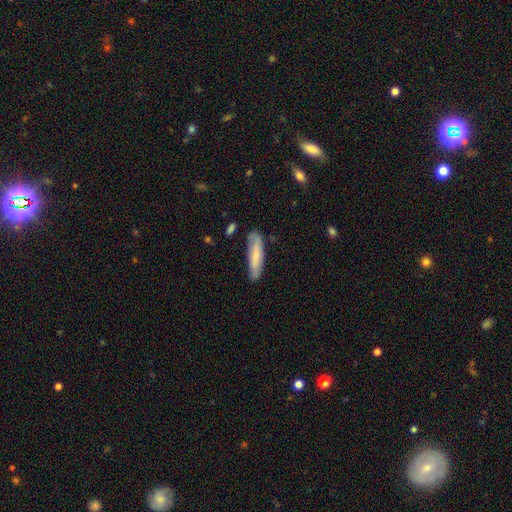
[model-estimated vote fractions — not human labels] smooth_or_featured: smooth (p=0.64) [alt: featured or disk p=0.30]
how_rounded: cigar-shaped (p=0.76) [alt: in between p=0.22]
merging: none (p=0.73) [alt: minor disturbance p=0.20]